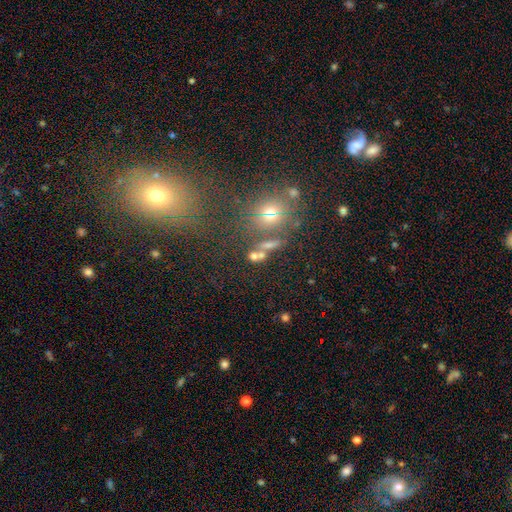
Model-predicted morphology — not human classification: This appears to be a smooth galaxy with no disk features (49%). Merging: none (60%).